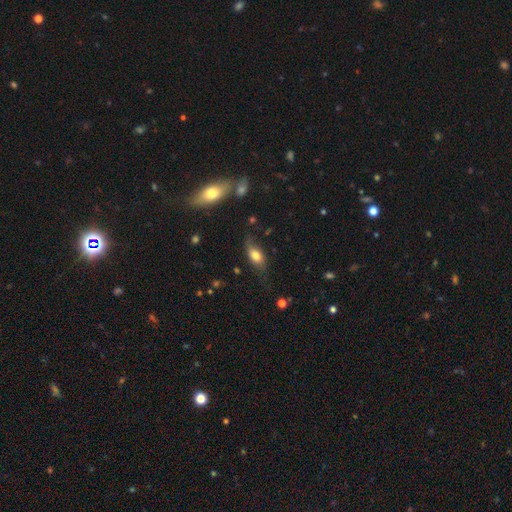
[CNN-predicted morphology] smooth_or_featured: smooth (p=0.70) [alt: featured or disk p=0.22]
how_rounded: in between (p=0.83) [alt: cigar-shaped p=0.10]
merging: none (p=0.62) [alt: minor disturbance p=0.26]